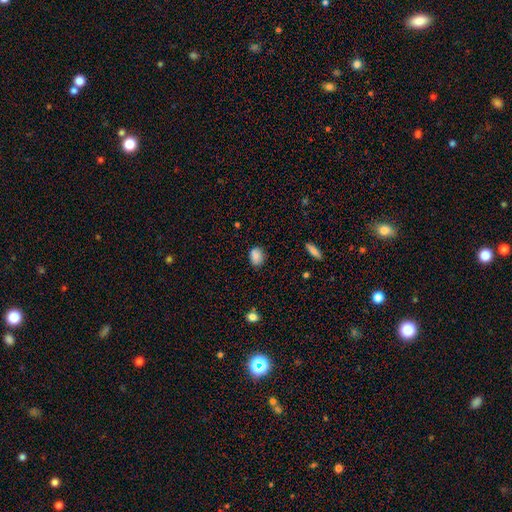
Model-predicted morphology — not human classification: This appears to be a smooth galaxy with no disk features (86%) that is in between round and cigar-shaped (62%). Merging: none (79%).